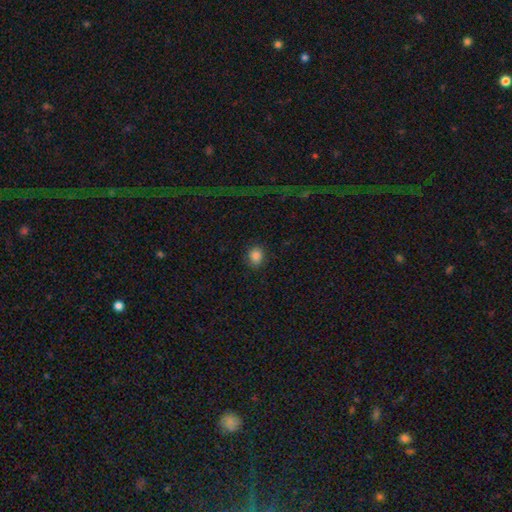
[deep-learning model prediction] Overall: smooth (84%). How rounded: round (71%). Merging: none (86%).